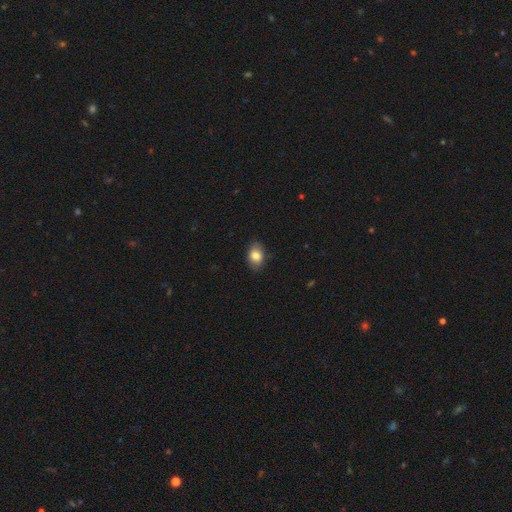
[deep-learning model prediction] Morphology: type=smooth (83%); roundness=in between (76%); merging=none (84%).